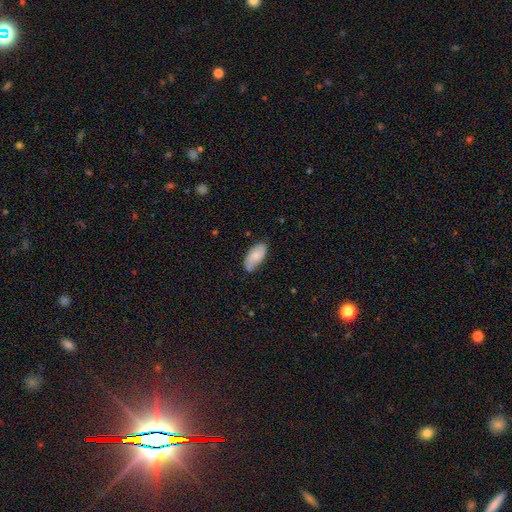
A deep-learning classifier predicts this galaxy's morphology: This appears to be a smooth galaxy with no disk features (66%) that is in between round and cigar-shaped (93%). Merging: none (73%).